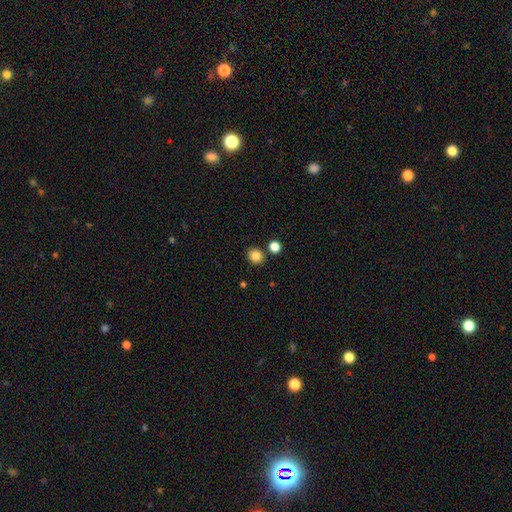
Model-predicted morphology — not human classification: smooth_or_featured: smooth (p=0.84) [alt: star or artifact p=0.11]
how_rounded: round (p=0.83) [alt: in between p=0.16]
merging: none (p=0.84) [alt: minor disturbance p=0.07]